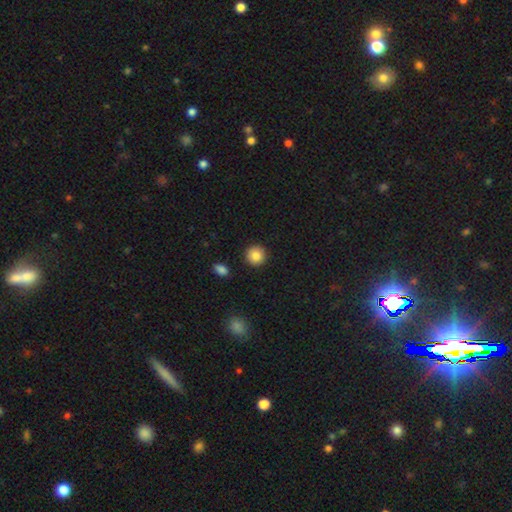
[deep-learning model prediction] The model was most divided on "smooth or featured": smooth: 85%, star or artifact: 9%, featured or disk: 6%. More confident: how rounded — round (94%); merging — none (91%).